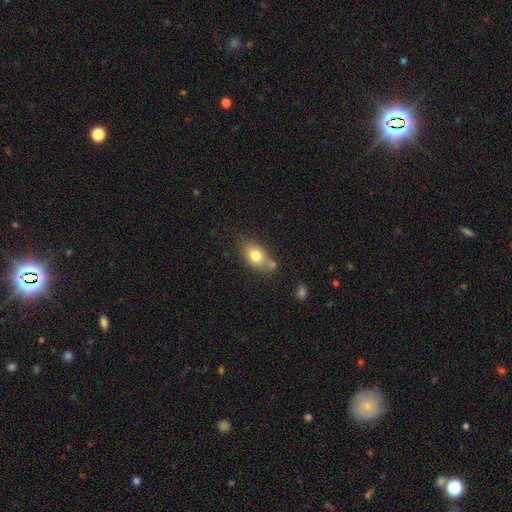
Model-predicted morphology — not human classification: A smooth galaxy with no disk features (76%) that is in between round and cigar-shaped (79%).

Vote fractions:
- Smooth or featured? smooth: 76% / featured or disk: 15% / star or artifact: 9%
- How rounded? in between: 79% / round: 19% / cigar-shaped: 2%
- Merging? none: 56% / minor disturbance: 22% / merger: 17% / major disturbance: 6%